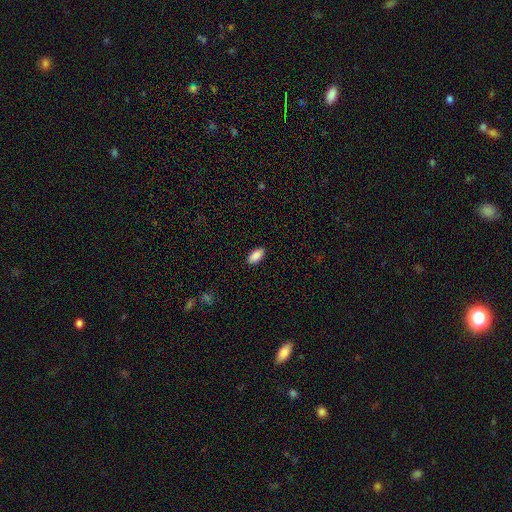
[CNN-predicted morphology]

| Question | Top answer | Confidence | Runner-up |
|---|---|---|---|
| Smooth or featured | smooth | 89% | star or artifact (7%) |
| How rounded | in between | 93% | cigar-shaped (5%) |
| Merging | none | 89% | minor disturbance (8%) |